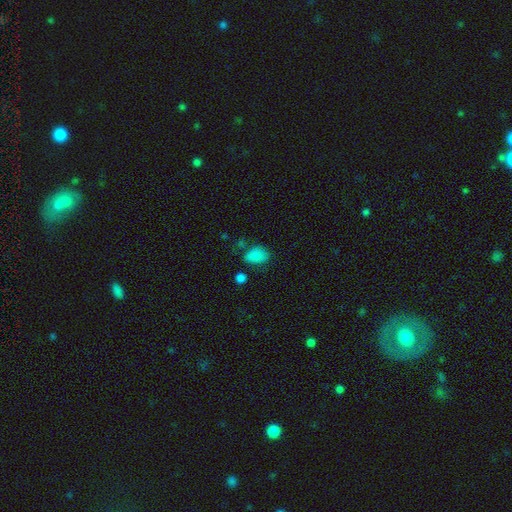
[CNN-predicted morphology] A smooth galaxy with no disk features (84%) that is in between round and cigar-shaped (80%). Merging: none (61%).